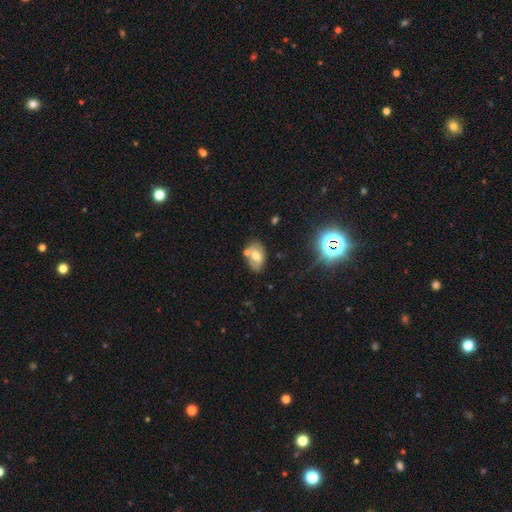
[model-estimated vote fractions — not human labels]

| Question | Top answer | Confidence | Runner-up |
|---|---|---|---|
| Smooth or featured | smooth | 57% | featured or disk (30%) |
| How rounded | in between | 87% | round (11%) |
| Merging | none | 59% | merger (19%) |